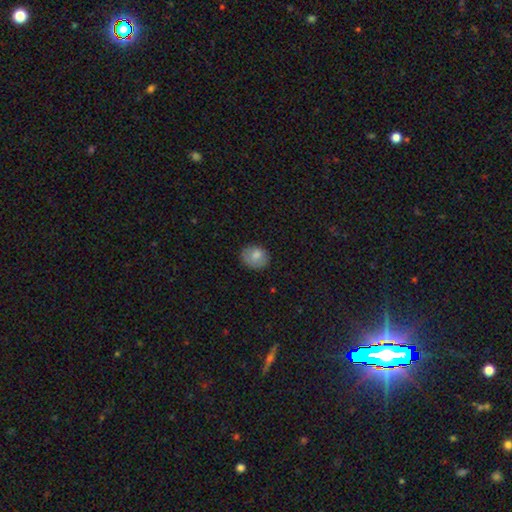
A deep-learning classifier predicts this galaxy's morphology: This is likely a smooth galaxy (79%). How rounded: possibly round (58%). Merging: likely none (76%).